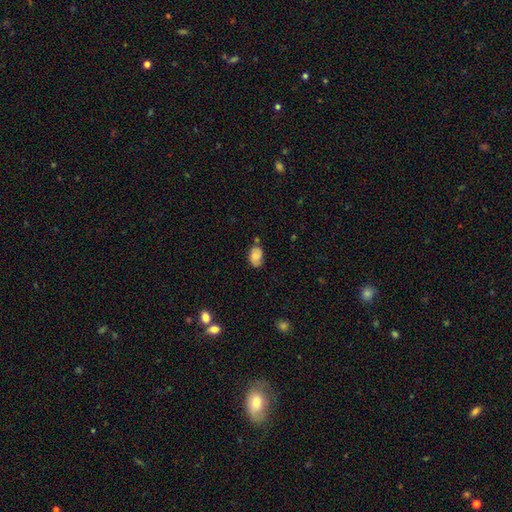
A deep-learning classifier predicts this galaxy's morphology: This is likely a smooth galaxy (75%). How rounded: clearly in between (86%). Merging: likely none (63%).